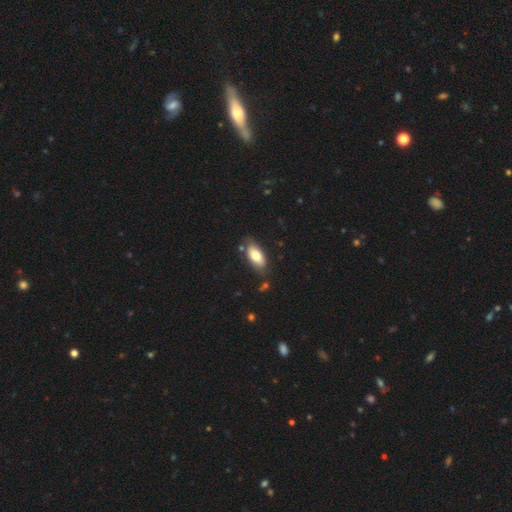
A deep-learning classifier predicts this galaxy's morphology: A smooth galaxy with no disk features (77%) that is in between round and cigar-shaped (89%). Merging: none (77%).